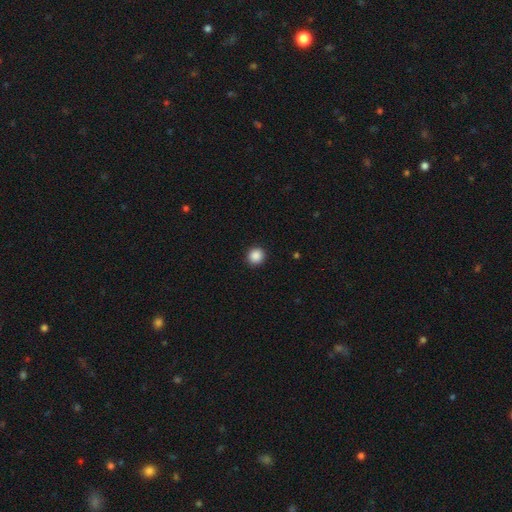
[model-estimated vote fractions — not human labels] A smooth galaxy with no disk features (88%) that is round (90%). Merging: none (92%).